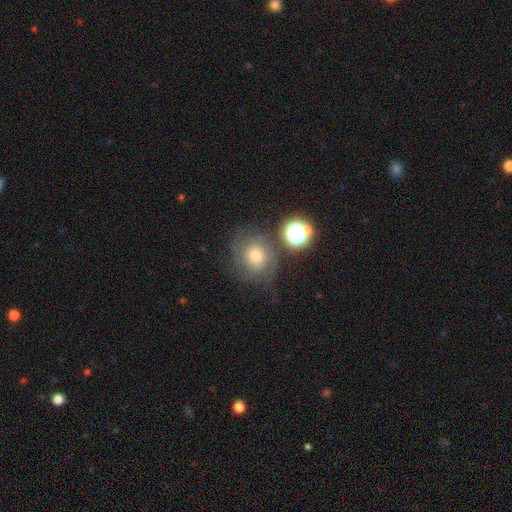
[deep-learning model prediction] The model was most divided on "smooth or featured": smooth: 48%, featured or disk: 34%, star or artifact: 18%. More confident: merging — none (60%).